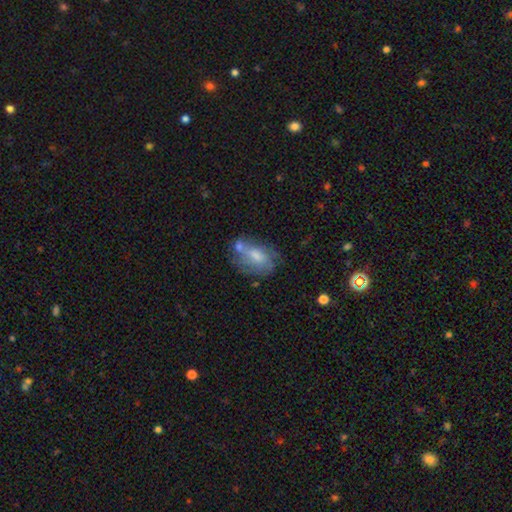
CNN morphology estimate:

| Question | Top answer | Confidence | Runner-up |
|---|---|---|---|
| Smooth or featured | smooth | 53% | featured or disk (38%) |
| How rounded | in between | 85% | round (10%) |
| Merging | none | 42% | minor disturbance (25%) |